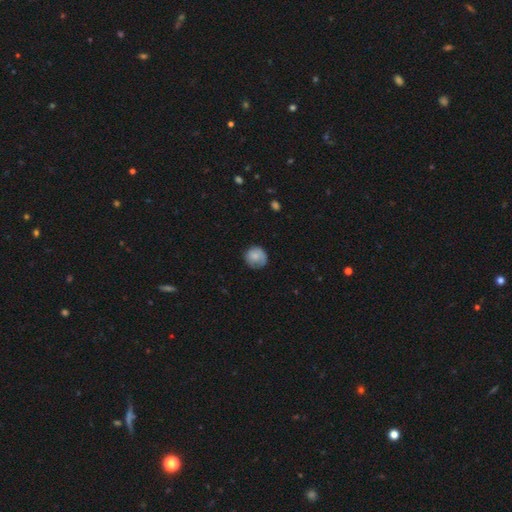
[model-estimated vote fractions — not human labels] This is likely a smooth galaxy (76%). How rounded: clearly round (89%). Merging: likely none (71%).